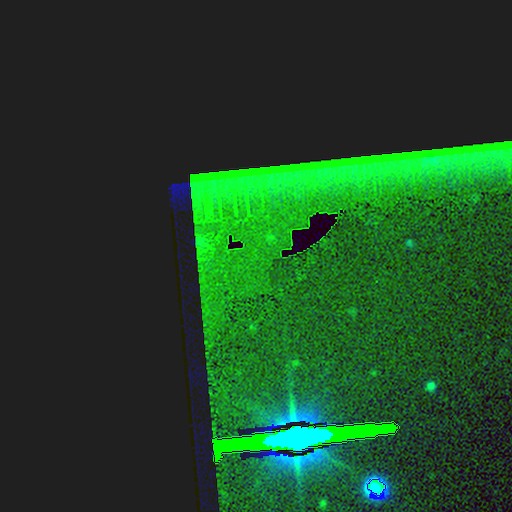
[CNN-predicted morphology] A star or artifact, not a galaxy (88%).